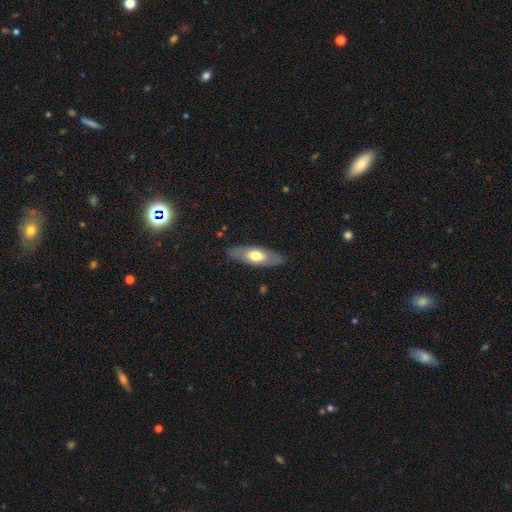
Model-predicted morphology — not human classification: Smooth or featured?
  - smooth: 54% *
  - featured or disk: 40%
  - star or artifact: 6%
How rounded?
  - in between: 70% *
  - cigar-shaped: 27%
  - round: 3%
Merging?
  - none: 84% *
  - minor disturbance: 12%
  - major disturbance: 3%
  - merger: 1%